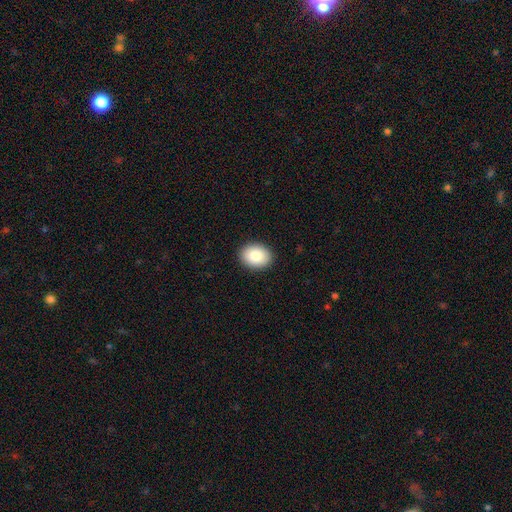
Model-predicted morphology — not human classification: smooth_or_featured: smooth (p=0.85) [alt: featured or disk p=0.07]
how_rounded: in between (p=0.65) [alt: round p=0.35]
merging: none (p=0.91) [alt: minor disturbance p=0.06]